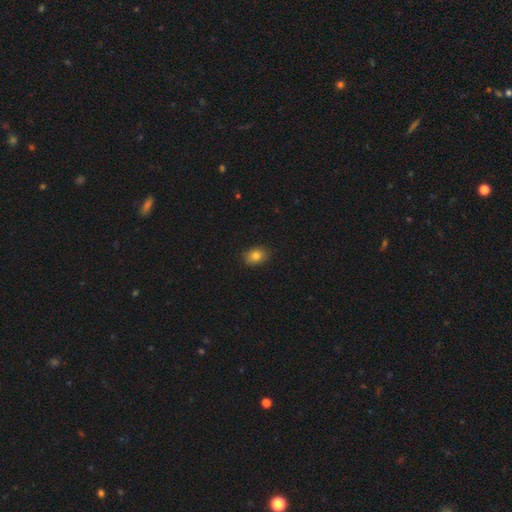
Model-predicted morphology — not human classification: Q: Smooth or featured?
A: smooth (80%); runner-up: star or artifact (10%)
Q: How rounded?
A: in between (71%); runner-up: round (28%)
Q: Merging?
A: none (86%); runner-up: minor disturbance (11%)